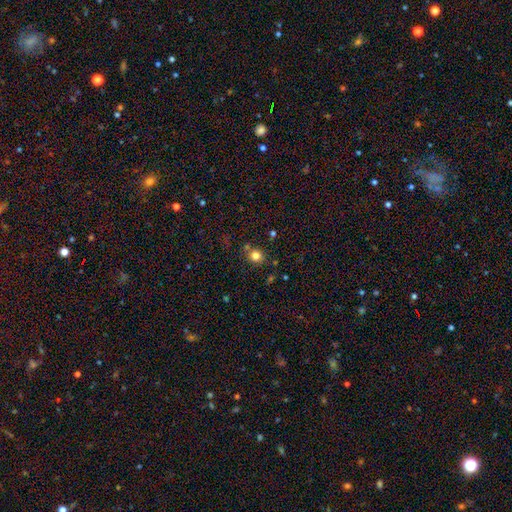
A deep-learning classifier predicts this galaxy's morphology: A smooth galaxy with no disk features (79%) that is round (87%). Merging: none (78%).